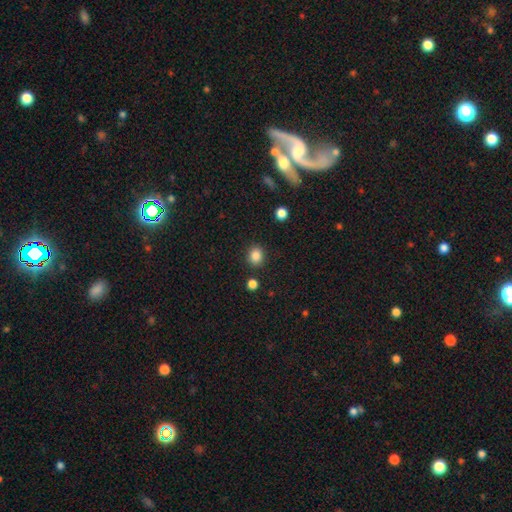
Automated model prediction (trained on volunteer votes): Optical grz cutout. It shows a smooth galaxy with no disk features (86%) that is round (67%). Merging: none (86%).